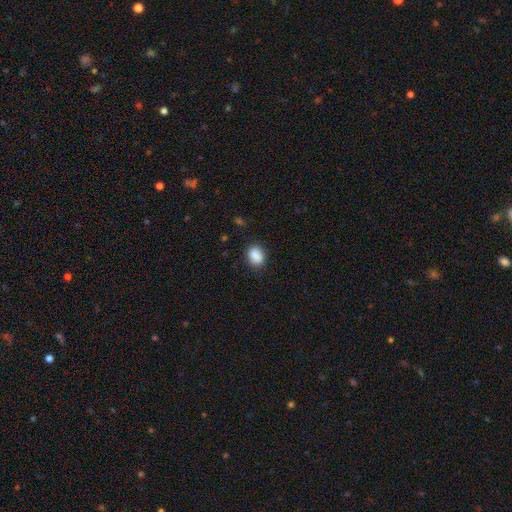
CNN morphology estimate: This is clearly a smooth galaxy (88%). How rounded: likely in between (70%). Merging: clearly none (83%).